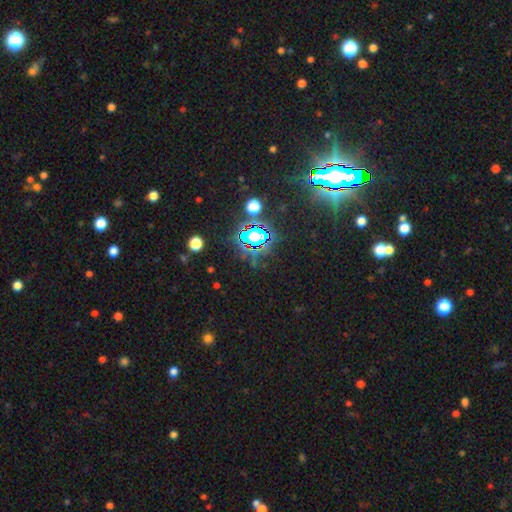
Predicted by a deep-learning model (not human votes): star or artifact 82%, smooth 10%, featured or disk 8%.